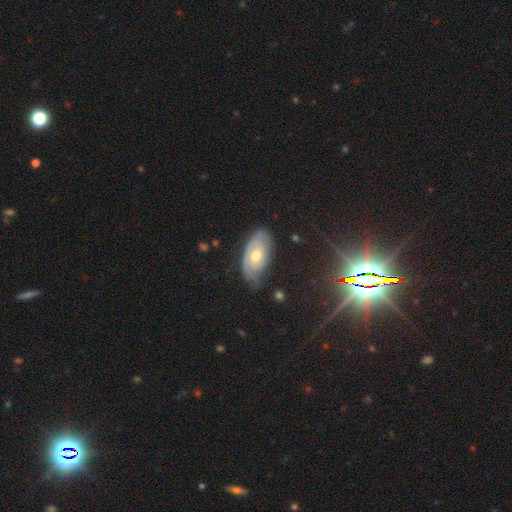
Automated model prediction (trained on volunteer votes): featured or disk 70%, smooth 23%, star or artifact 7%. Down the decision tree: edge-on disk — no (93%); bar — no (76%); spiral arms — yes (86%); spiral arm count — 2 (35%, tied with can't tell); spiral winding — tight (66%); bulge size — moderate (64%); merging — none (64%).